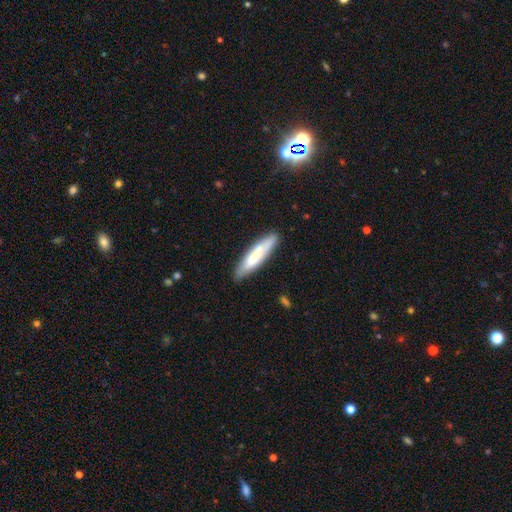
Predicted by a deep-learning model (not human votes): Morphology: type=smooth (67%); roundness=cigar-shaped (82%); merging=none (81%).